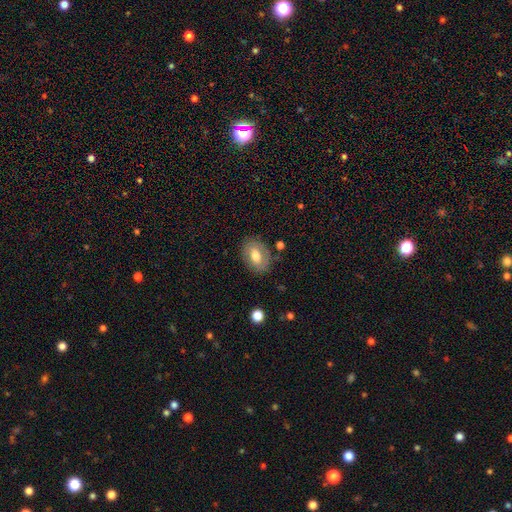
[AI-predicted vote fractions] This is likely a smooth galaxy (60%). How rounded: likely in between (77%). Merging: likely none (78%).